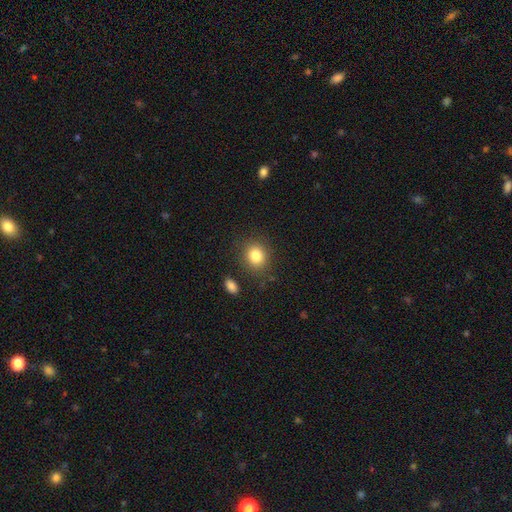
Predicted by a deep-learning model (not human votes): smooth-or-featured: smooth: 83% | star or artifact: 11% | featured or disk: 7%
  how-rounded: round: 72% | in between: 27% | cigar-shaped: 1%
  merging: none: 84% | minor disturbance: 10% | major disturbance: 3% | merger: 3%